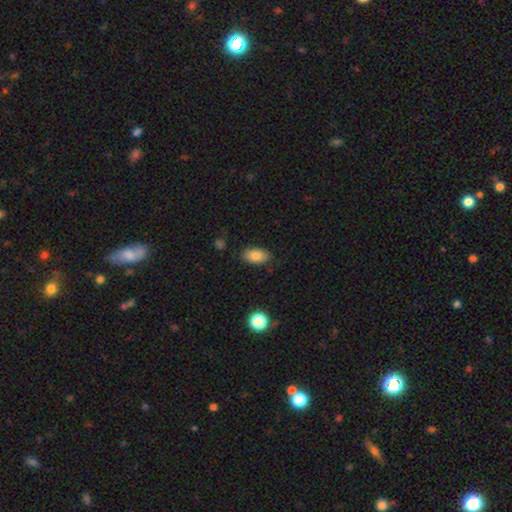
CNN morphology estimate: Smooth or featured? Predicted: smooth (p=0.84). How rounded? Predicted: in between (p=0.92). Merging? Predicted: none (p=0.84).